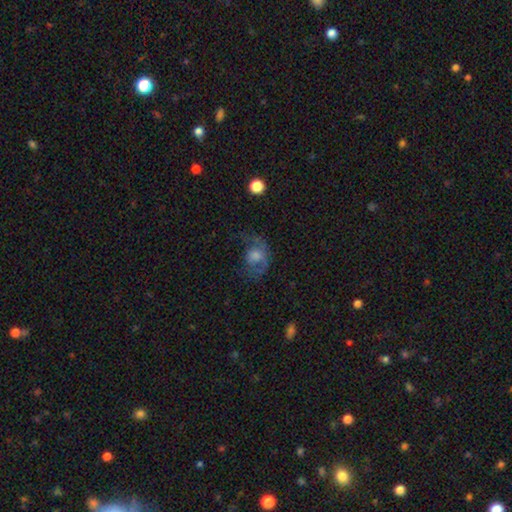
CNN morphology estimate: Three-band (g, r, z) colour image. It shows a smooth galaxy with no disk features (46%). Merging: major disturbance (41%).